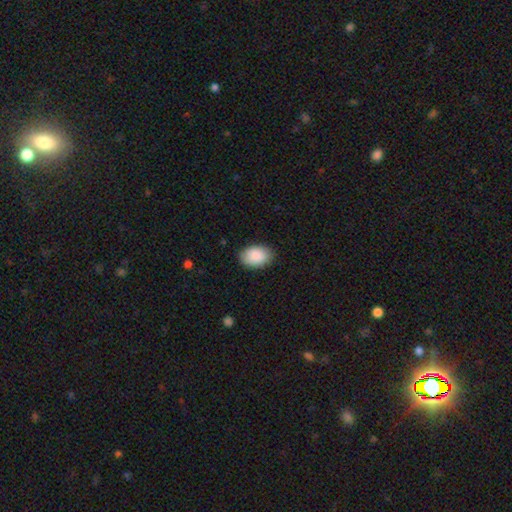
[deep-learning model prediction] Smooth or featured: smooth — 90% (star or artifact — 6%)
How rounded: in between — 89% (round — 10%)
Merging: none — 87% (minor disturbance — 10%)